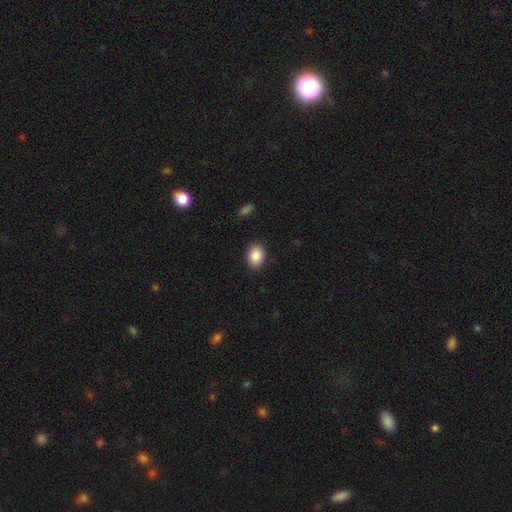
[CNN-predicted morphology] type=smooth (88%); roundness=in between (71%); merging=none (88%).